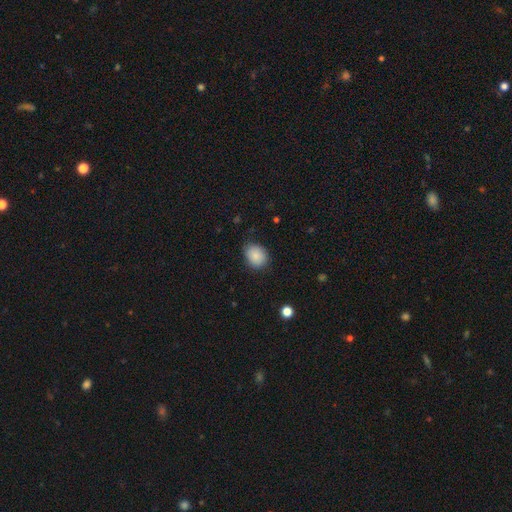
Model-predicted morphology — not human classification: Smooth or featured?
  - smooth: 87% *
  - star or artifact: 8%
  - featured or disk: 5%
How rounded?
  - round: 50% *
  - in between: 49%
  - cigar-shaped: 1%
Merging?
  - none: 79% *
  - minor disturbance: 16%
  - major disturbance: 4%
  - merger: 1%